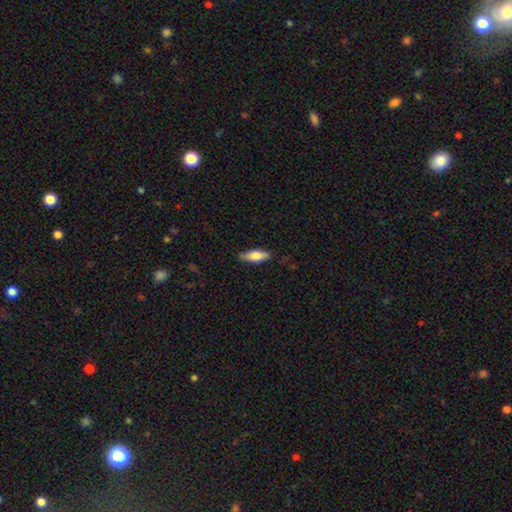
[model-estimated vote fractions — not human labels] Q: Smooth or featured?
A: smooth (71%); runner-up: featured or disk (23%)
Q: How rounded?
A: in between (58%); runner-up: cigar-shaped (40%)
Q: Merging?
A: none (86%); runner-up: minor disturbance (11%)